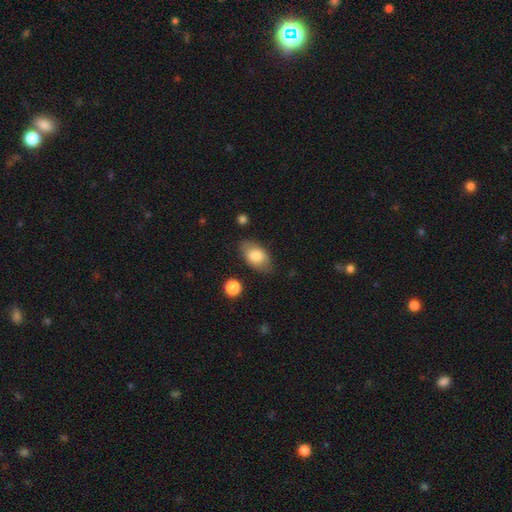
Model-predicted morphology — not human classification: type=smooth (78%); roundness=in between (91%); merging=none (74%).